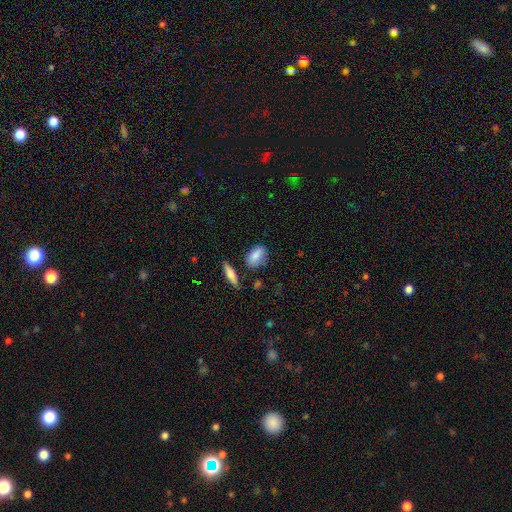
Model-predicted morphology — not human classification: Overall: smooth (82%). How rounded: in between (84%). Merging: none (70%).